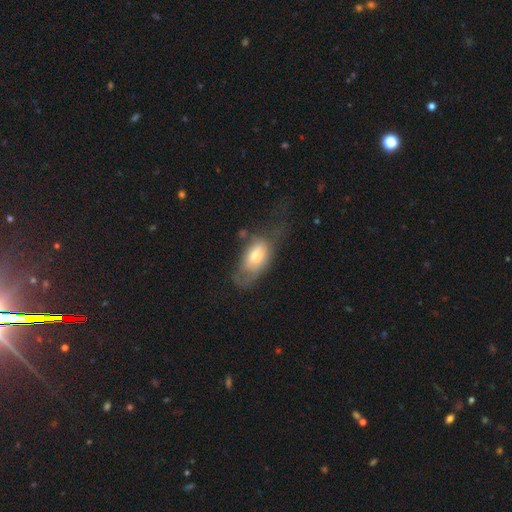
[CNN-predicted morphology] The model was most divided on "merging": major disturbance: 39%, none: 30%, minor disturbance: 28%, merger: 4%. More confident: how rounded — in between (89%); smooth or featured — smooth (62%).